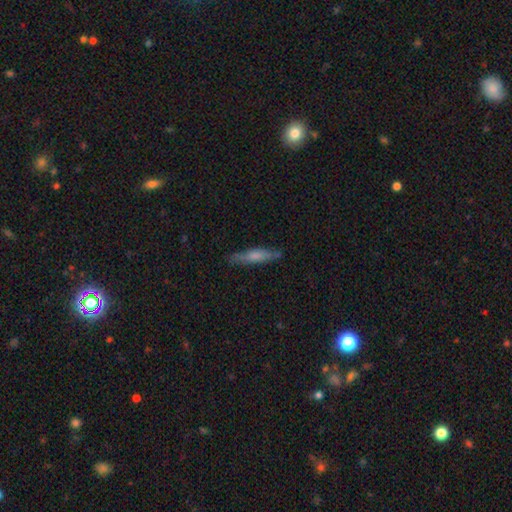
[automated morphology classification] type=smooth (58%); roundness=cigar-shaped (86%); merging=none (80%).